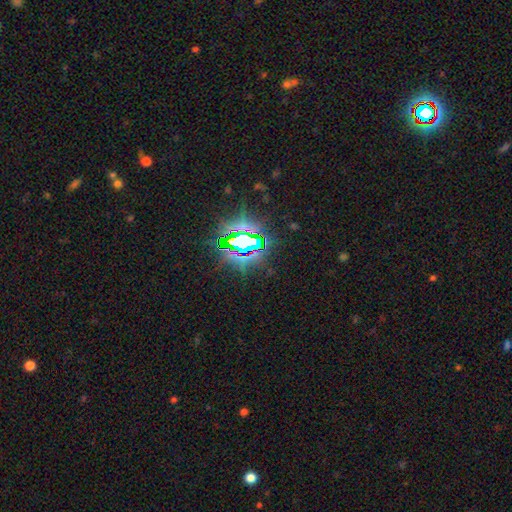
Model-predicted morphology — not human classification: type=star or artifact (81%).